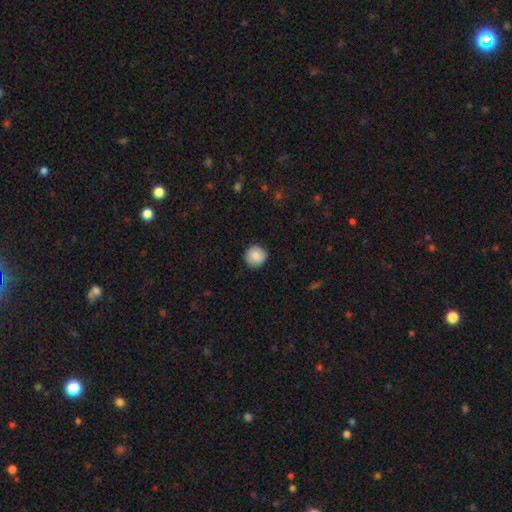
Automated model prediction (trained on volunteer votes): Smooth or featured?
  - smooth: 86% *
  - star or artifact: 7%
  - featured or disk: 6%
How rounded?
  - round: 94% *
  - in between: 5%
  - cigar-shaped: 1%
Merging?
  - none: 89% *
  - minor disturbance: 8%
  - major disturbance: 2%
  - merger: 1%